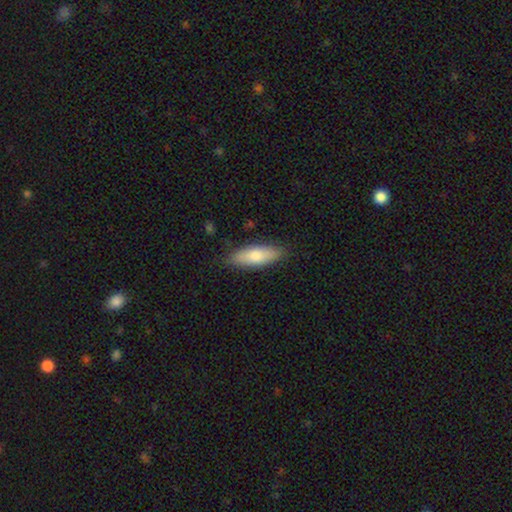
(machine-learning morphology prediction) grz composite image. It shows a smooth galaxy with no disk features (76%) that is in between round and cigar-shaped (59%). Merging: none (86%).